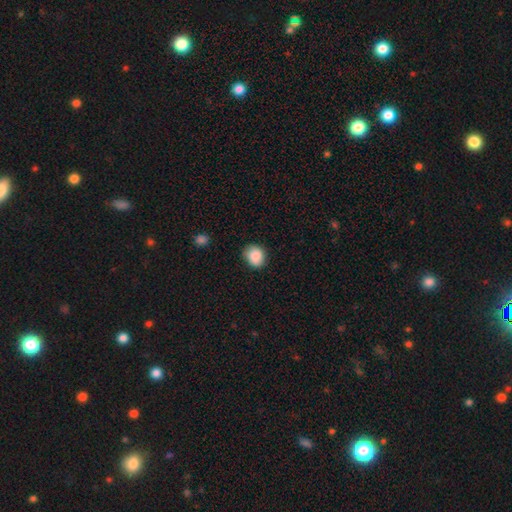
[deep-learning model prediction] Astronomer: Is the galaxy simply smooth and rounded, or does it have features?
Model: smooth — 86%.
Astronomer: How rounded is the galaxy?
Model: round — 66%.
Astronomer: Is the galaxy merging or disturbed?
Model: none — 79%.